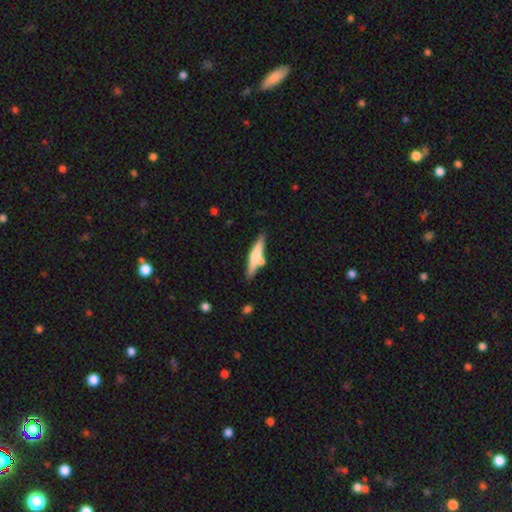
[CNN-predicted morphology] A smooth galaxy with no disk features (51%) that is cigar-shaped (87%). Merging: none (70%).